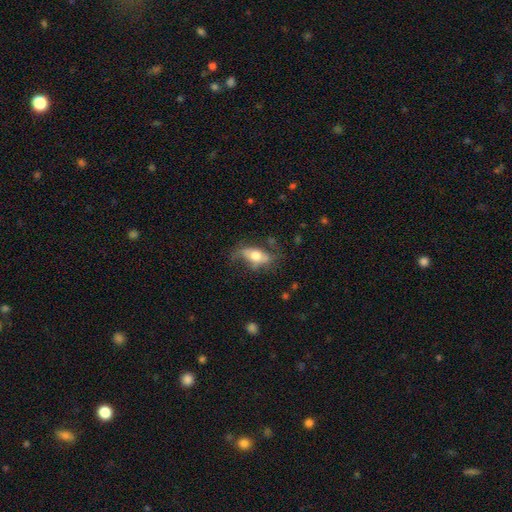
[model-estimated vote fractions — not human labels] Smooth or featured?
  - smooth: 55% *
  - featured or disk: 38%
  - star or artifact: 7%
How rounded?
  - in between: 82% *
  - cigar-shaped: 11%
  - round: 7%
Merging?
  - none: 45% *
  - minor disturbance: 28%
  - major disturbance: 24%
  - merger: 3%